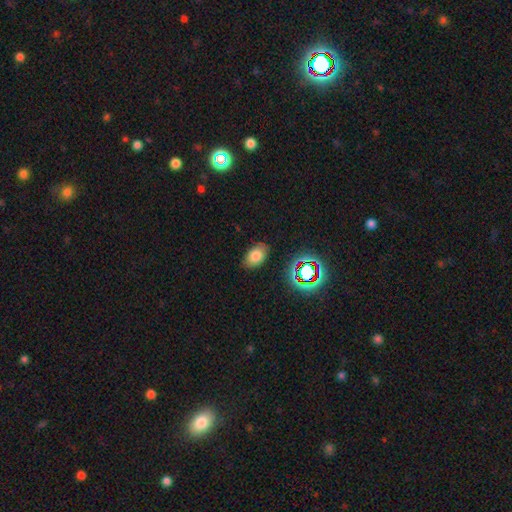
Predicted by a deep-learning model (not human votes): A smooth galaxy with no disk features (76%) that is in between round and cigar-shaped (87%). Merging: none (83%).